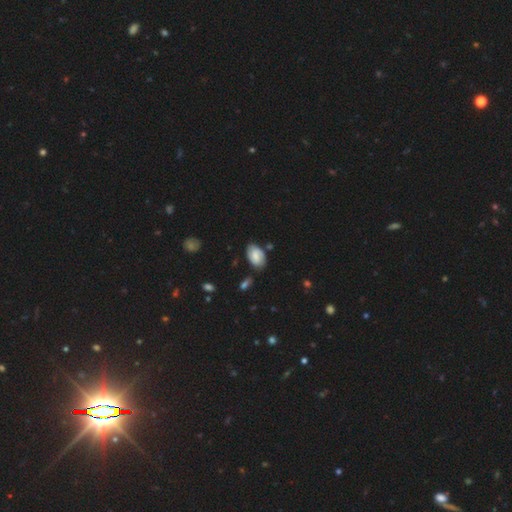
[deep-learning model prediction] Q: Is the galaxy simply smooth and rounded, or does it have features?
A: smooth — 58%.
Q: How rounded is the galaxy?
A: in between — 90%.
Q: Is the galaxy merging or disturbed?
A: none — 68%.